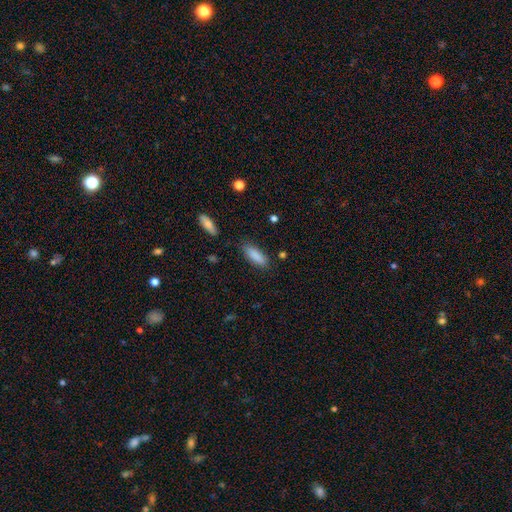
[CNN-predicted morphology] Smooth or featured?
  - smooth: 87% *
  - star or artifact: 7%
  - featured or disk: 6%
How rounded?
  - in between: 59% *
  - cigar-shaped: 40%
  - round: 2%
Merging?
  - none: 82% *
  - minor disturbance: 13%
  - major disturbance: 3%
  - merger: 2%